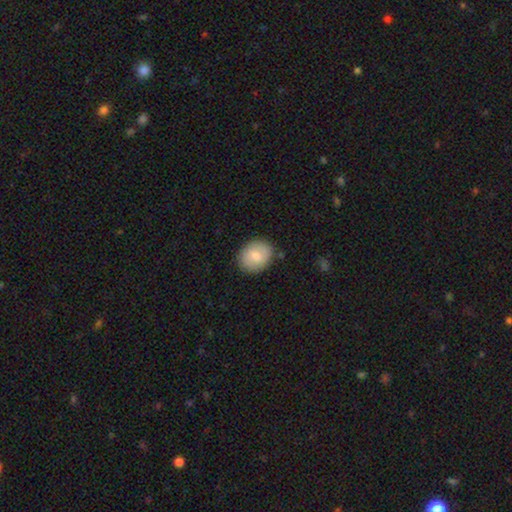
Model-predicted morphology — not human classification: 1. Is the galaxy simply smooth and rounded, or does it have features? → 78% smooth, 15% featured or disk, 7% star or artifact.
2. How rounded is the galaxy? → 53% round, 46% in between, 1% cigar-shaped.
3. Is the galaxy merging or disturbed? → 84% none, 12% minor disturbance, 3% major disturbance, 2% merger.